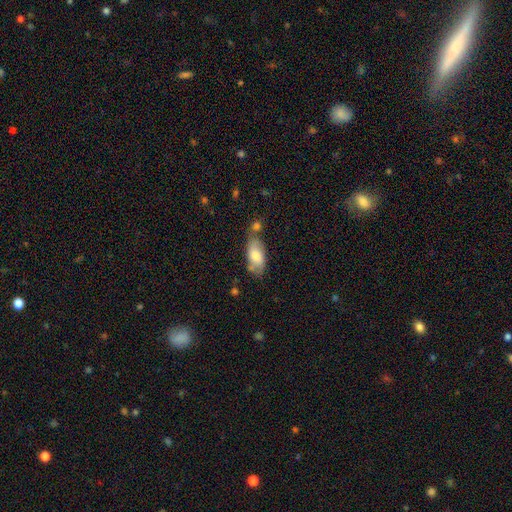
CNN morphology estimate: Smooth or featured: smooth — 70% (featured or disk — 23%)
How rounded: in between — 89% (cigar-shaped — 8%)
Merging: none — 53% (minor disturbance — 21%)